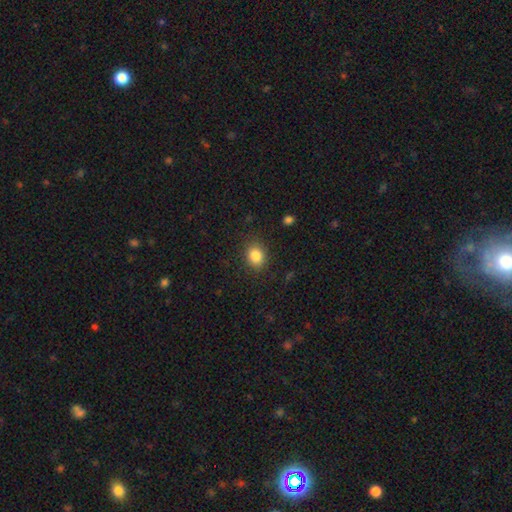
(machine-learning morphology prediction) smooth_or_featured: smooth (p=0.84) [alt: star or artifact p=0.10]
how_rounded: round (p=0.56) [alt: in between p=0.43]
merging: none (p=0.86) [alt: minor disturbance p=0.10]